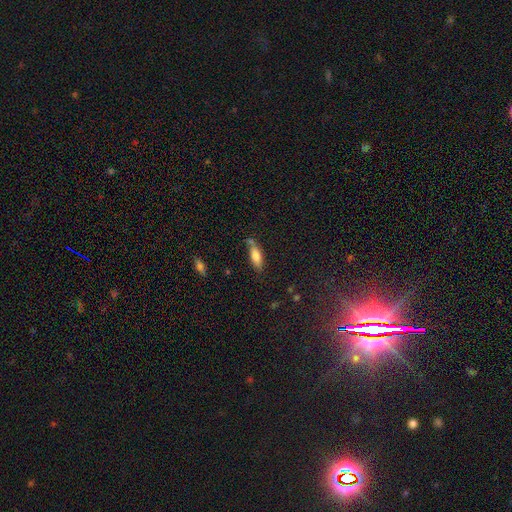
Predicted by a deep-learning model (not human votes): This appears to be a smooth galaxy with no disk features (77%) that is in between round and cigar-shaped (61%). Merging: none (59%).